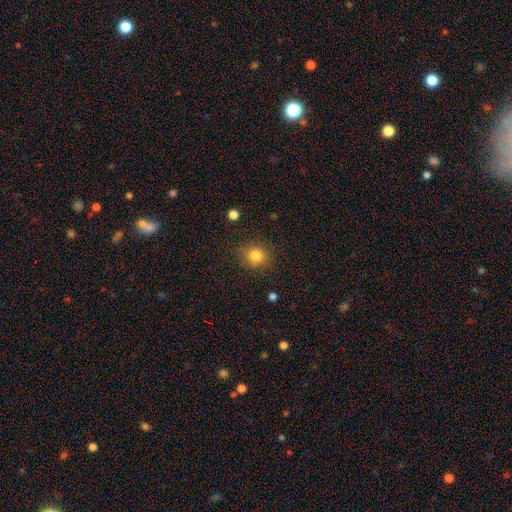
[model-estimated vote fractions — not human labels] The model was most divided on "how rounded": round: 81%, in between: 18%, cigar-shaped: 1%. More confident: merging — none (84%); smooth or featured — smooth (81%).